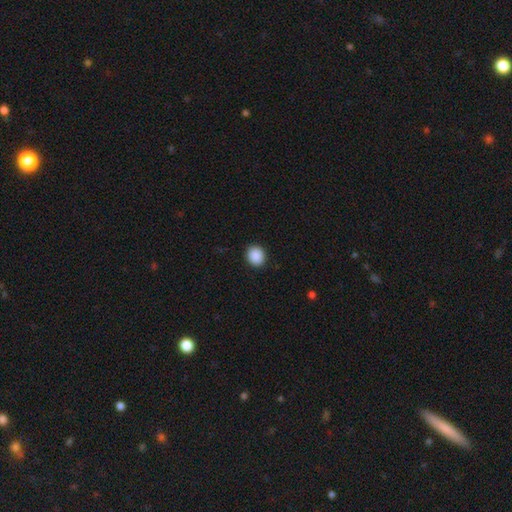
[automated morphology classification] smooth_or_featured: smooth (p=0.90) [alt: star or artifact p=0.08]
how_rounded: round (p=0.72) [alt: in between p=0.27]
merging: none (p=0.91) [alt: minor disturbance p=0.06]